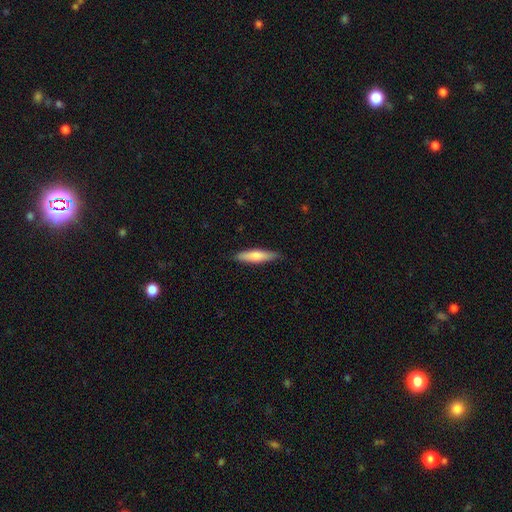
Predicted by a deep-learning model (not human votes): This appears to be a smooth galaxy with no disk features (72%) that is cigar-shaped (78%). Merging: none (88%).